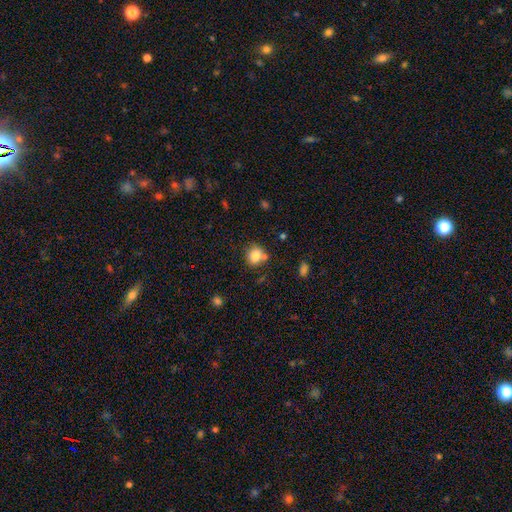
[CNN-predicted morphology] Q: Smooth or featured?
A: smooth (81%); runner-up: star or artifact (11%)
Q: How rounded?
A: round (64%); runner-up: in between (35%)
Q: Merging?
A: none (62%); runner-up: merger (18%)